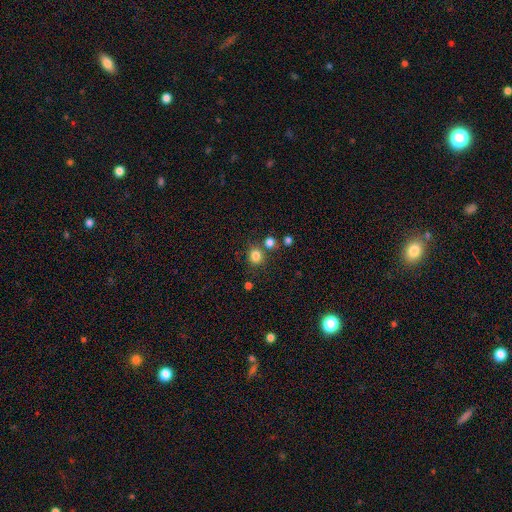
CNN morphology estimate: smooth_or_featured: smooth (p=0.81) [alt: star or artifact p=0.14]
how_rounded: round (p=0.85) [alt: in between p=0.14]
merging: none (p=0.74) [alt: merger p=0.13]